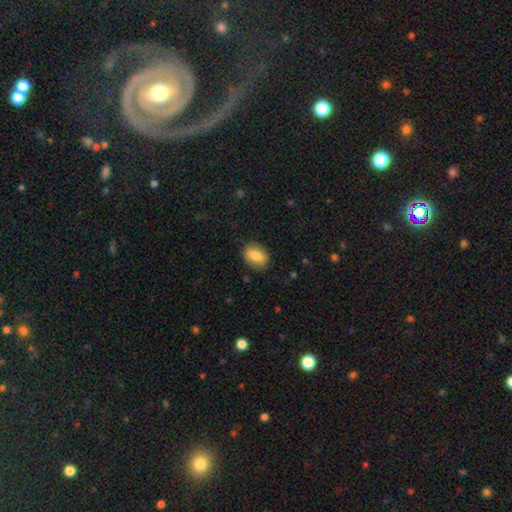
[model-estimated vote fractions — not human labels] This is clearly a smooth galaxy (84%). How rounded: likely in between (78%). Merging: clearly none (84%).